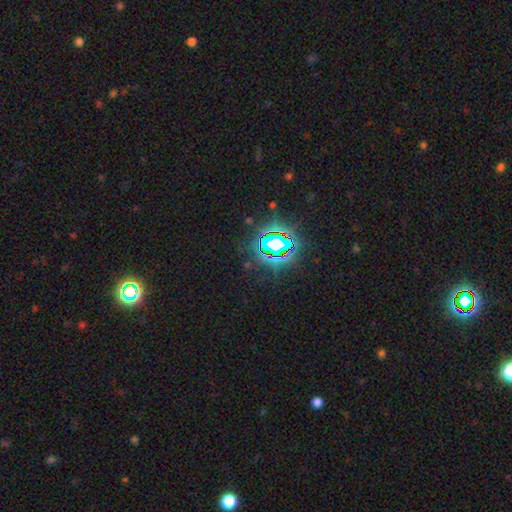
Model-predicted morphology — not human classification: A star or artifact, not a galaxy (83%).

Vote fractions:
- Smooth or featured? star or artifact: 83% / smooth: 11% / featured or disk: 6%